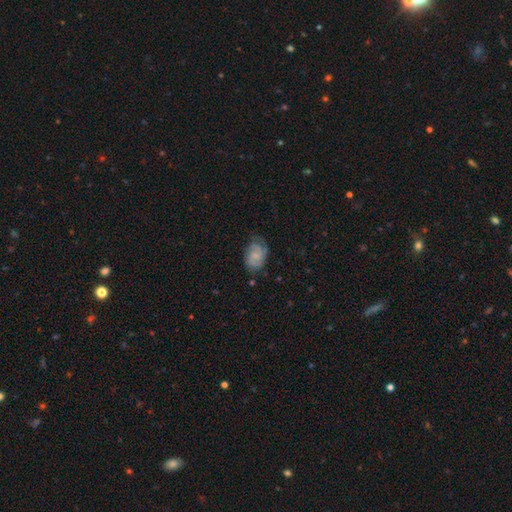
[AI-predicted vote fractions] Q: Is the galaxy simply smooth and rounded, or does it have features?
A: featured or disk — 51%.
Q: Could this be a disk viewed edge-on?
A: no — 97%.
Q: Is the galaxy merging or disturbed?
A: none — 61%.